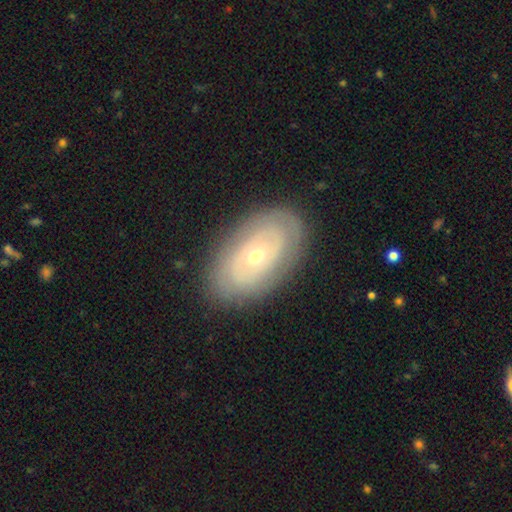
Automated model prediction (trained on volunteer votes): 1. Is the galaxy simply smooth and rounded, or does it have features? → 67% featured or disk, 27% smooth, 6% star or artifact.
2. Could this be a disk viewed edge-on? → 92% no, 8% yes.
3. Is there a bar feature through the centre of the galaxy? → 87% no, 9% weak, 3% strong.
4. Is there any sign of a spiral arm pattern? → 55% no, 45% yes.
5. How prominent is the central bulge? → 62% small, 35% moderate, 1% large, 1% dominant, 1% none.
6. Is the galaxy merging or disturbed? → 83% none, 12% minor disturbance, 4% major disturbance, 1% merger.